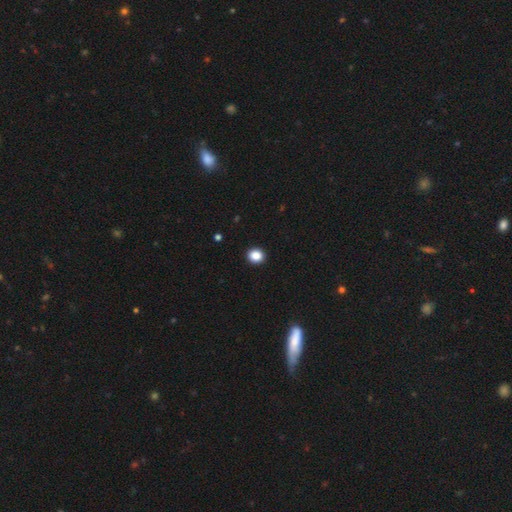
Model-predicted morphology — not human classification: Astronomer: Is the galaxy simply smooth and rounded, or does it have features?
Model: smooth — 87%.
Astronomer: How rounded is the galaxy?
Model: round — 80%.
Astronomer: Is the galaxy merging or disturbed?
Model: none — 93%.